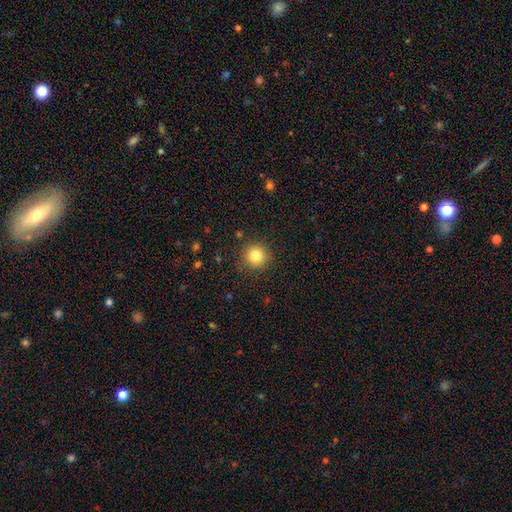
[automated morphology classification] Q: Smooth or featured?
A: smooth (82%); runner-up: star or artifact (12%)
Q: How rounded?
A: round (94%); runner-up: in between (5%)
Q: Merging?
A: none (89%); runner-up: minor disturbance (8%)